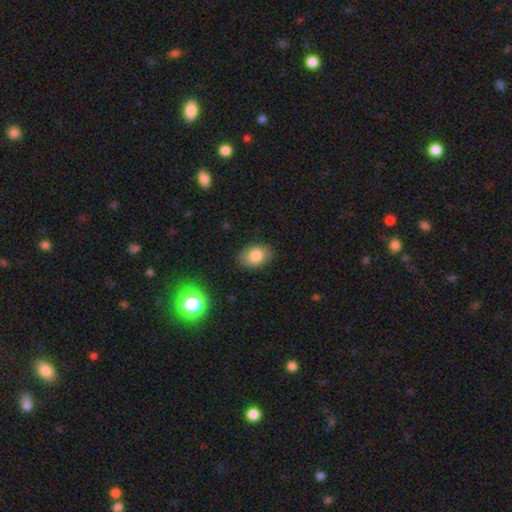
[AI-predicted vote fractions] A smooth galaxy with no disk features (79%) that is in between round and cigar-shaped (80%).

Vote fractions:
- Smooth or featured? smooth: 79% / featured or disk: 13% / star or artifact: 9%
- How rounded? in between: 80% / round: 19% / cigar-shaped: 1%
- Merging? none: 83% / minor disturbance: 13% / major disturbance: 3% / merger: 1%